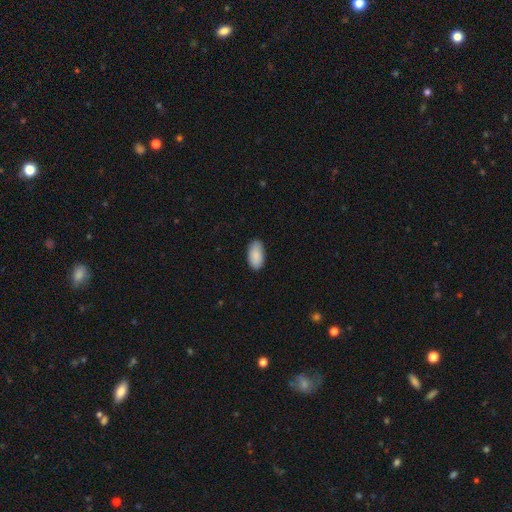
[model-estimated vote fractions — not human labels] Smooth or featured? smooth (90%)
How rounded? in between (95%)
Merging? none (85%)